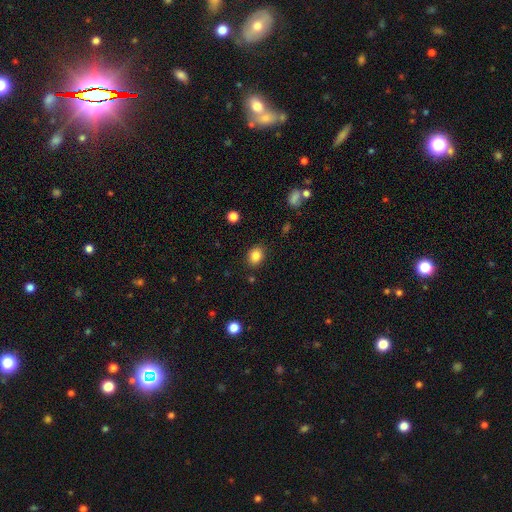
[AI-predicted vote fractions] Smooth or featured: smooth — 83% (star or artifact — 10%)
How rounded: round — 50% (in between — 49%)
Merging: none — 87% (minor disturbance — 9%)